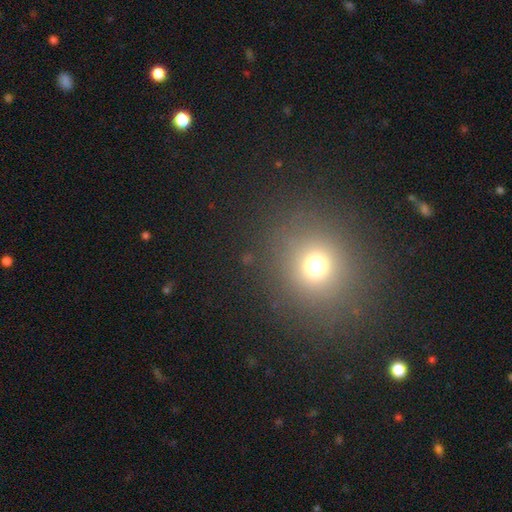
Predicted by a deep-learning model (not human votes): Smooth or featured?
  - smooth: 62% *
  - star or artifact: 31%
  - featured or disk: 8%
How rounded?
  - round: 83% *
  - in between: 16%
  - cigar-shaped: 1%
Merging?
  - none: 91% *
  - minor disturbance: 5%
  - major disturbance: 2%
  - merger: 1%